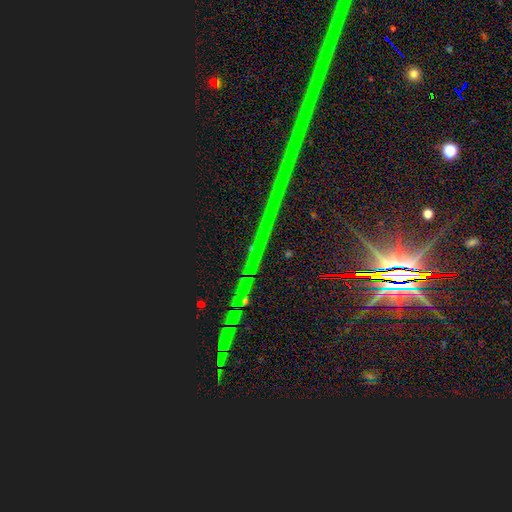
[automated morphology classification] star or artifact 89%, featured or disk 6%, smooth 5%.